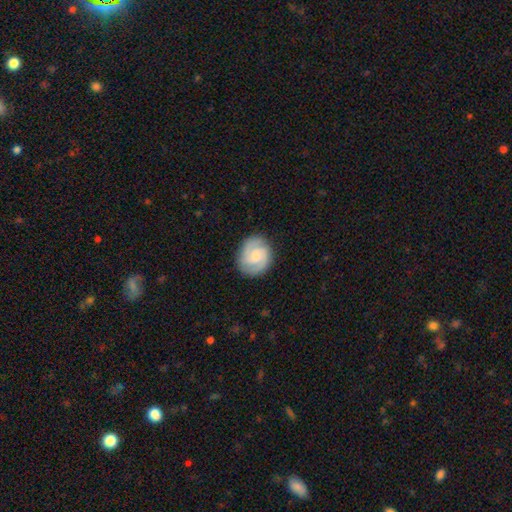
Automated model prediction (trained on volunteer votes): Smooth or featured? featured or disk (78%)
Edge-on disk? no (98%)
Bar? no (55%)
Spiral arms? yes (97%)
Spiral winding? tight (53%)
Spiral arm count? 2 (77%)
Bulge size? small (44%)
Merging? none (85%)